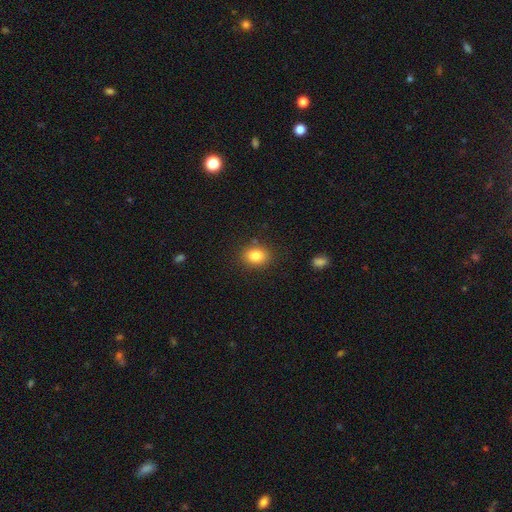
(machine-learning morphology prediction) Smooth or featured?
  - smooth: 83% *
  - star or artifact: 10%
  - featured or disk: 7%
How rounded?
  - round: 51% *
  - in between: 48%
  - cigar-shaped: 1%
Merging?
  - none: 86% *
  - minor disturbance: 9%
  - major disturbance: 3%
  - merger: 2%